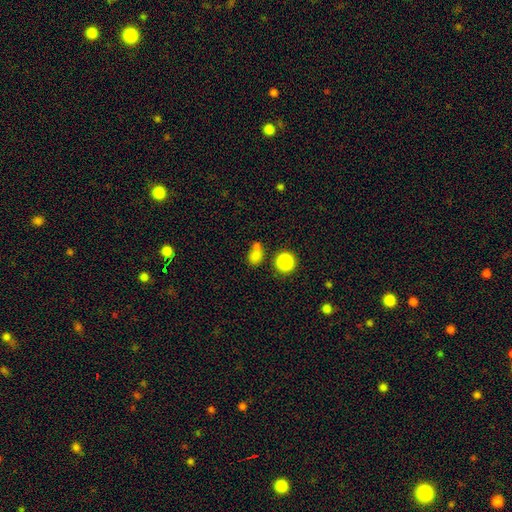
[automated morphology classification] This is likely a smooth galaxy (75%). How rounded: possibly in between (52%). Merging: possibly none (46%).